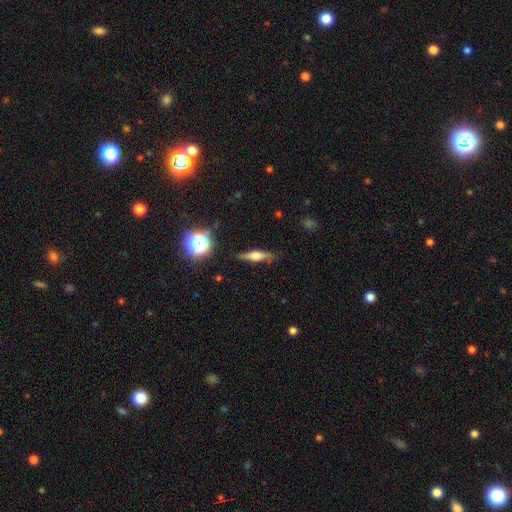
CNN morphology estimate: This appears to be a featured or disk galaxy (59%) viewed edge-on (95%) with a rounded central bulge (90%). Merging: none (86%).